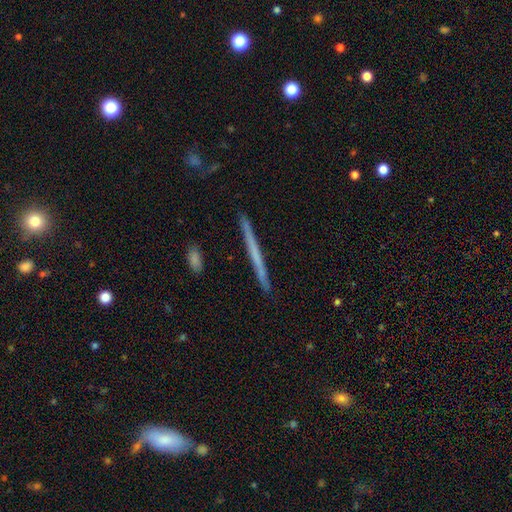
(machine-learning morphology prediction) type=featured or disk (49%); merging=none (92%).